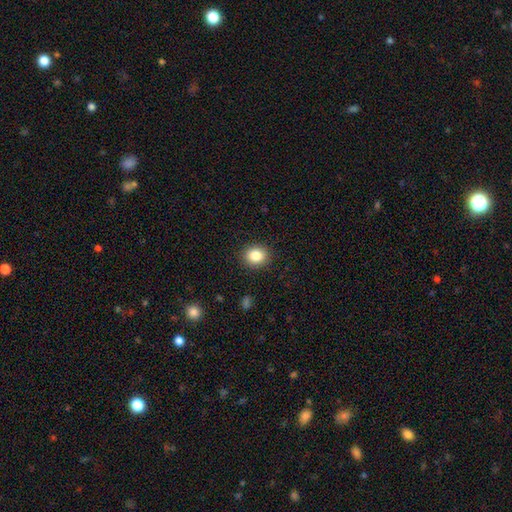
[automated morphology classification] smooth-or-featured: smooth: 84% | star or artifact: 10% | featured or disk: 6%
  how-rounded: round: 71% | in between: 28% | cigar-shaped: 1%
  merging: none: 90% | minor disturbance: 7% | major disturbance: 2% | merger: 1%